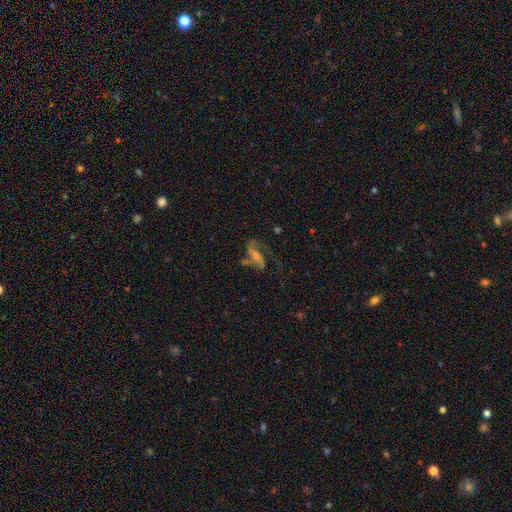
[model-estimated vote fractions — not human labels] Smooth or featured?
  - featured or disk: 65% *
  - smooth: 25%
  - star or artifact: 10%
Edge-on disk?
  - no: 93% *
  - yes: 7%
Bar?
  - no: 48% *
  - weak: 33%
  - strong: 19%
Spiral arms?
  - yes: 82% *
  - no: 18%
Bulge size?
  - small: 51% *
  - moderate: 27%
  - none: 15%
  - large: 5%
  - dominant: 2%
Merging?
  - none: 35% * (tied)
  - major disturbance: 35% * (tied)
  - minor disturbance: 19%
  - merger: 11%